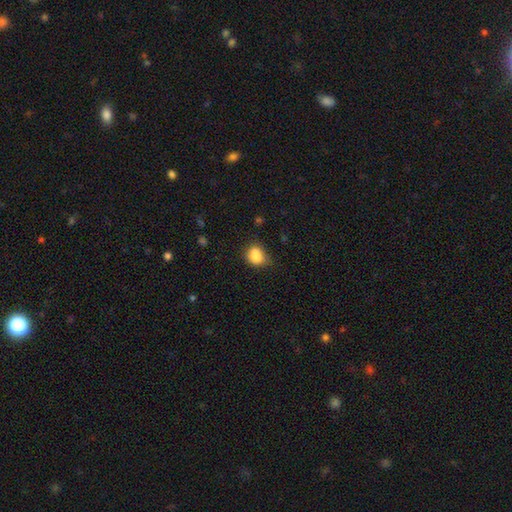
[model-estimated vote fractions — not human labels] Smooth or featured? smooth (80%)
How rounded? in between (53%)
Merging? none (44%)